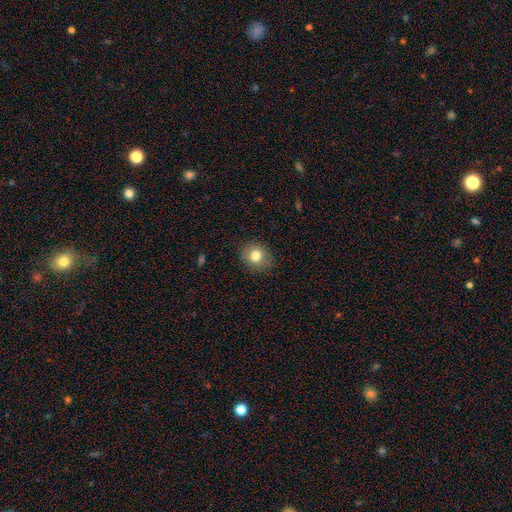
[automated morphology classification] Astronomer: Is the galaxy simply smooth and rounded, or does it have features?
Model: smooth — 80%.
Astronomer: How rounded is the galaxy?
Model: round — 70%.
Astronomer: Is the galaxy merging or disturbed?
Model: none — 85%.